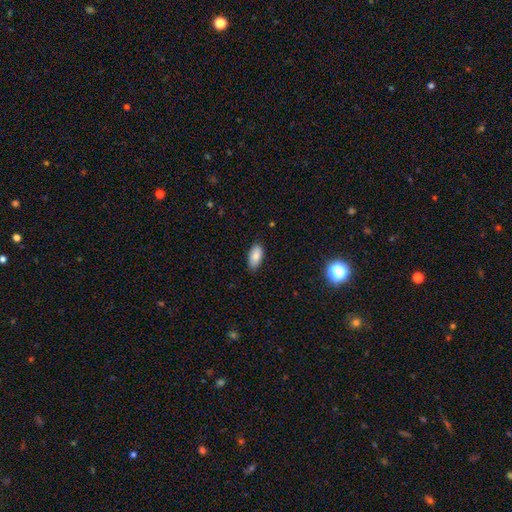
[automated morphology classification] Overall: smooth (86%). How rounded: in between (93%). Merging: none (83%).